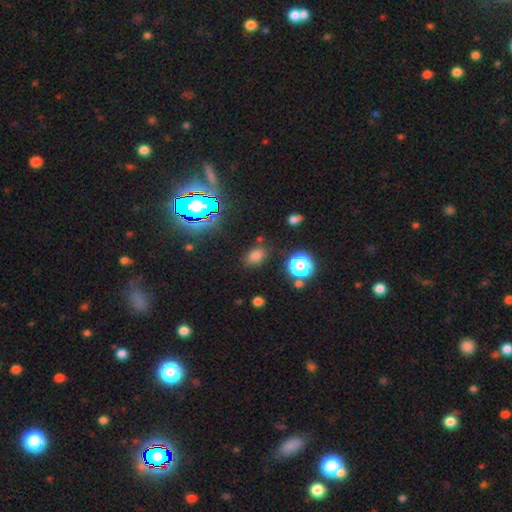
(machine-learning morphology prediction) The model was most divided on "smooth or featured": smooth: 72%, star or artifact: 22%, featured or disk: 7%. More confident: merging — none (80%); how rounded — in between (77%).